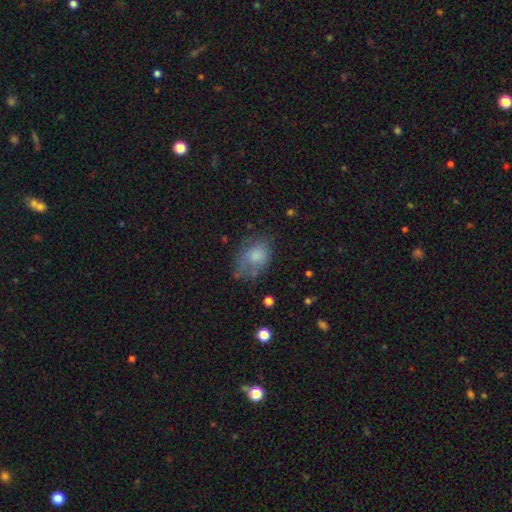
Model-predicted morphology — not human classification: type=smooth (70%); roundness=in between (73%); merging=none (45%).